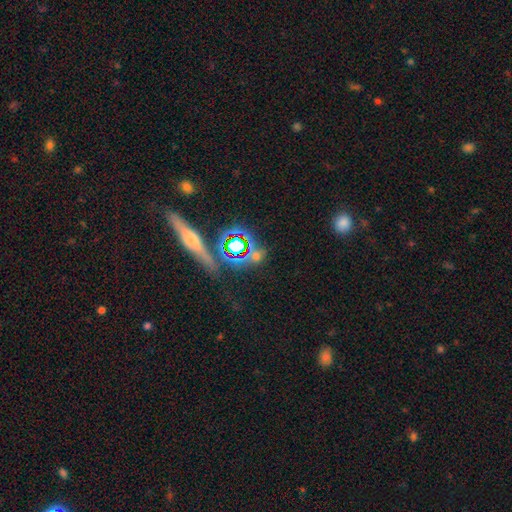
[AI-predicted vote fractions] Smooth or featured? Predicted: star or artifact (p=0.55).